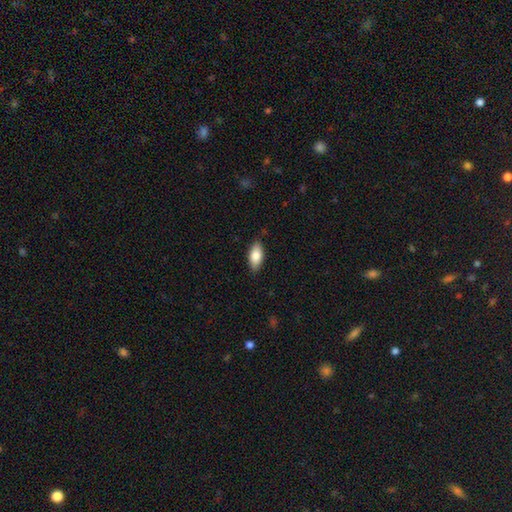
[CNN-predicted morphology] smooth-or-featured: smooth: 81% | featured or disk: 13% | star or artifact: 6%
  how-rounded: in between: 89% | cigar-shaped: 9% | round: 3%
  merging: none: 85% | minor disturbance: 12% | major disturbance: 2% | merger: 1%